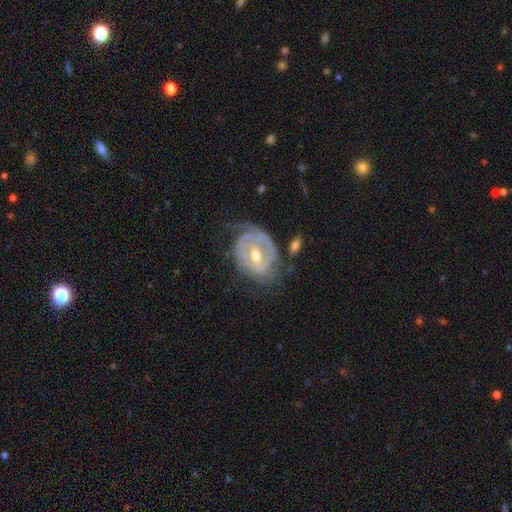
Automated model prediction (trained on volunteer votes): Smooth or featured?
  - featured or disk: 83% *
  - smooth: 12%
  - star or artifact: 5%
Edge-on disk?
  - no: 96% *
  - yes: 4%
Bar?
  - weak: 47% *
  - no: 27%
  - strong: 26%
Spiral arms?
  - yes: 81% *
  - no: 19%
Spiral winding?
  - tight: 65% *
  - medium: 24%
  - loose: 11%
Spiral arm count?
  - 2: 37% *
  - can't tell: 31%
  - 1: 18%
  - 3: 8%
  - 4: 3%
  - more than 4: 3%
Bulge size?
  - moderate: 72% *
  - small: 22%
  - large: 4%
  - none: 1%
  - dominant: 1%
Merging?
  - none: 52% *
  - minor disturbance: 24%
  - major disturbance: 20%
  - merger: 4%